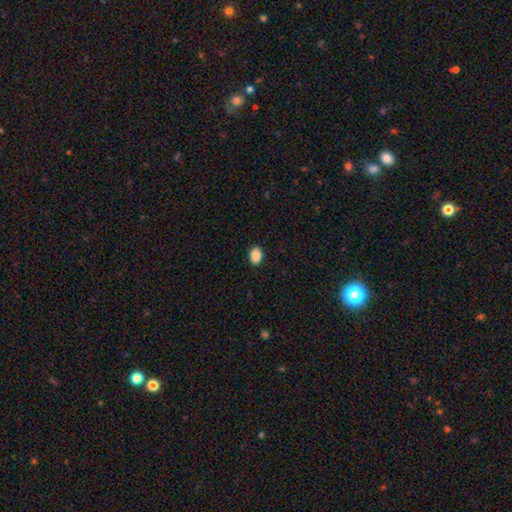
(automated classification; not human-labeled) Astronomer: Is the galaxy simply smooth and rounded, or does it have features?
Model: smooth — 89%.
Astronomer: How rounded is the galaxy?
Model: in between — 74%.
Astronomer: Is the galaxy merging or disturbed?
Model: none — 90%.